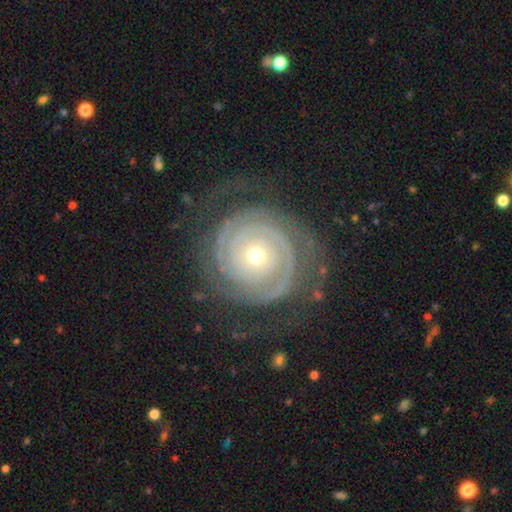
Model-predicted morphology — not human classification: type=featured or disk (90%); edge-on=no (97%); bar=no (80%); spiral arms=yes (98%); winding=tight (88%); arm count=2 (54%); bulge=small (54%); merging=none (78%).